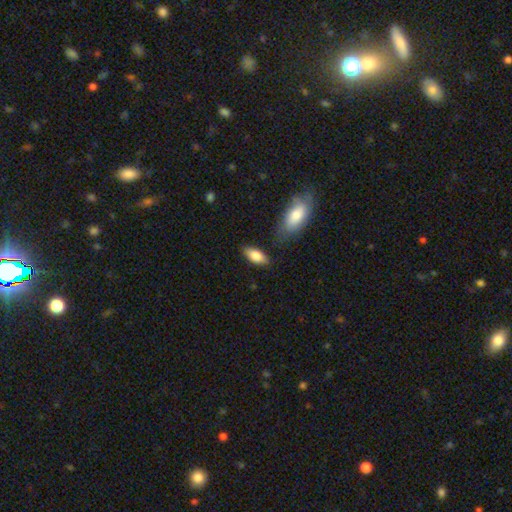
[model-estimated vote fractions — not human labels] Smooth or featured: smooth — 81% (featured or disk — 13%)
How rounded: in between — 86% (cigar-shaped — 11%)
Merging: none — 79% (minor disturbance — 13%)